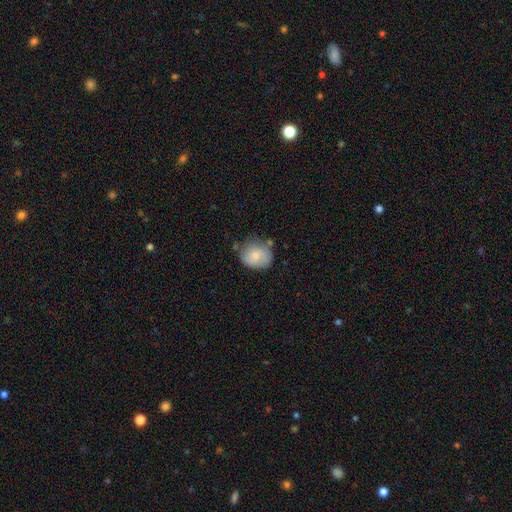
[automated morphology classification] Smooth or featured? Predicted: smooth (p=0.77). How rounded? Predicted: round (p=0.62). Merging? Predicted: none (p=0.59).